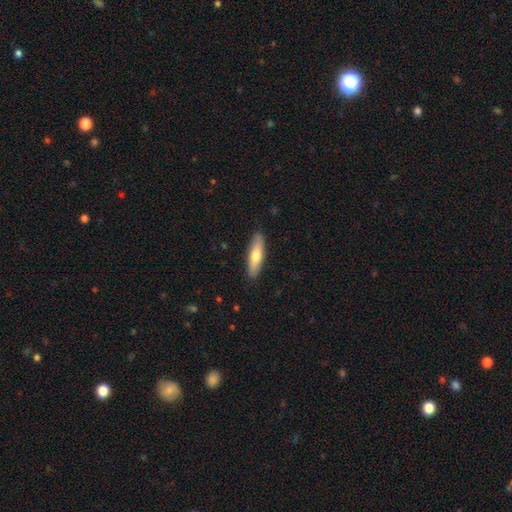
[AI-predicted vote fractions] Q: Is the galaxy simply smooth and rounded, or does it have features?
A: smooth — 66%.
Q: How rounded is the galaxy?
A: cigar-shaped — 67%.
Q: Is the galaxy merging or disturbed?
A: none — 88%.